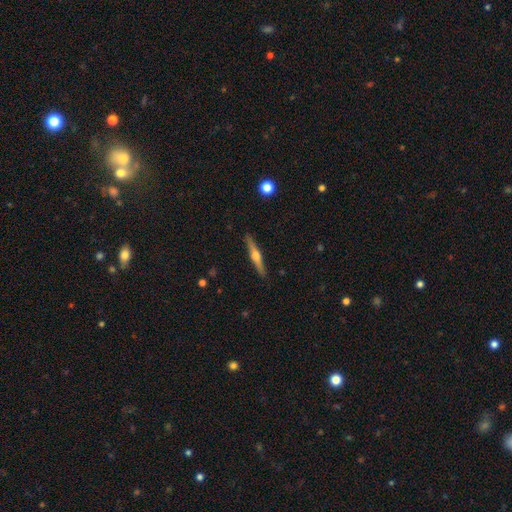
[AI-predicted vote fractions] A featured or disk galaxy (69%) viewed edge-on (98%) with a rounded central bulge (92%).

Vote fractions:
- Smooth or featured? featured or disk: 69% / smooth: 25% / star or artifact: 6%
- Edge-on disk? yes: 98% / no: 2%
- Edge-on bulge? rounded: 92% / boxy: 4% / none: 3%
- Merging? none: 91% / minor disturbance: 7% / major disturbance: 1% / merger: 1%